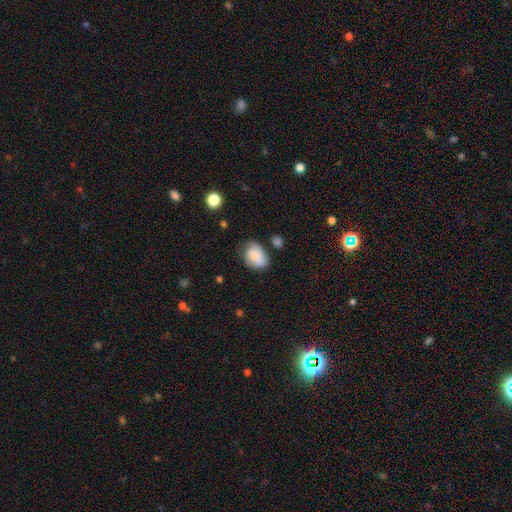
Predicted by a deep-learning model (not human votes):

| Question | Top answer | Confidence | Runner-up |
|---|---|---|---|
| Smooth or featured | smooth | 73% | featured or disk (19%) |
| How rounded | in between | 78% | round (21%) |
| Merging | none | 51% | minor disturbance (32%) |